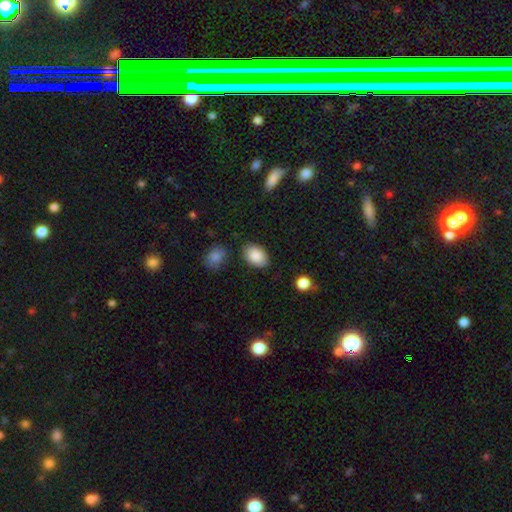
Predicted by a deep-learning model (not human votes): smooth-or-featured: smooth: 88% | star or artifact: 6% | featured or disk: 6%
  how-rounded: in between: 86% | round: 13% | cigar-shaped: 1%
  merging: none: 82% | minor disturbance: 12% | major disturbance: 3% | merger: 3%